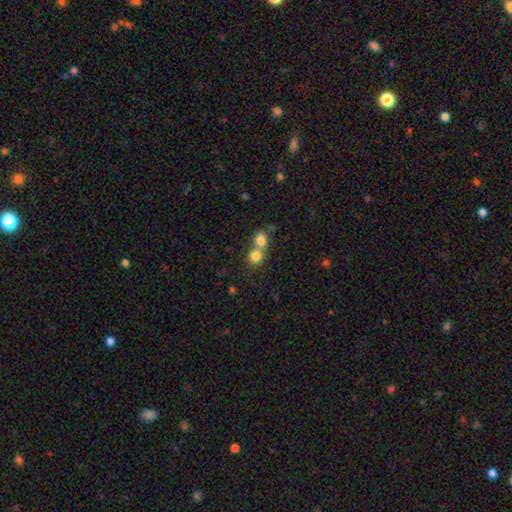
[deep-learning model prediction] A smooth galaxy with no disk features (80%) that is round (81%). Merging: merger (58%).